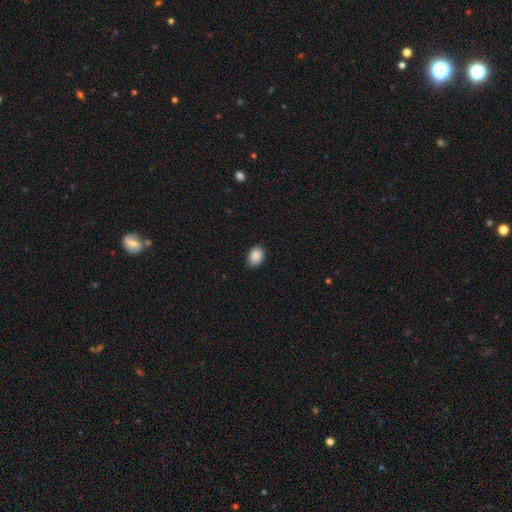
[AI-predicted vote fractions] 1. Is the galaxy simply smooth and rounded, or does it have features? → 89% smooth, 8% star or artifact, 3% featured or disk.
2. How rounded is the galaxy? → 72% in between, 27% round, 1% cigar-shaped.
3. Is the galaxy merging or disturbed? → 85% none, 12% minor disturbance, 2% major disturbance, 1% merger.